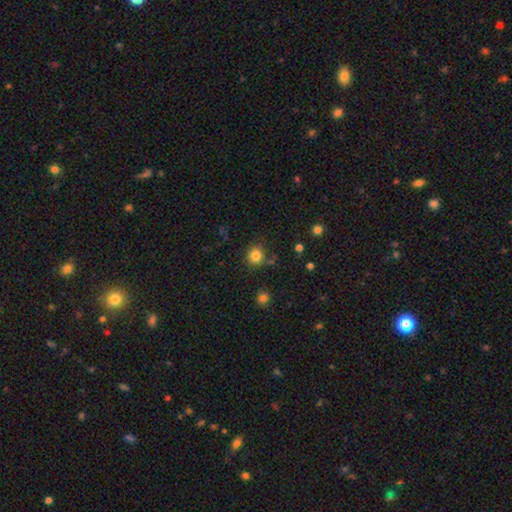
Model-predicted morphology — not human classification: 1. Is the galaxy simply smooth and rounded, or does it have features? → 84% smooth, 11% star or artifact, 5% featured or disk.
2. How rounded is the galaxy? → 85% round, 15% in between, 1% cigar-shaped.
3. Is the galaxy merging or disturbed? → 82% none, 10% minor disturbance, 5% merger, 3% major disturbance.